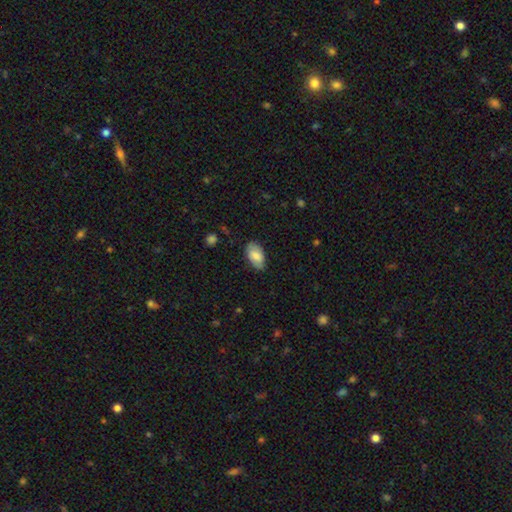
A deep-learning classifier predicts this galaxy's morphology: smooth_or_featured: smooth (p=0.78) [alt: featured or disk p=0.15]
how_rounded: in between (p=0.94) [alt: round p=0.04]
merging: none (p=0.77) [alt: minor disturbance p=0.19]